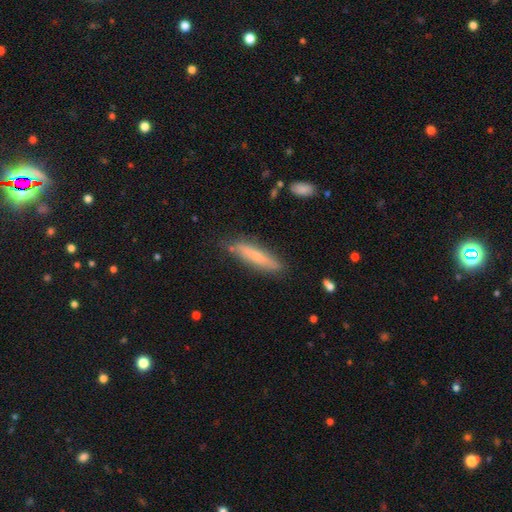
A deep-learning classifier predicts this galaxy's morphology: Smooth or featured? smooth (67%)
How rounded? cigar-shaped (86%)
Merging? none (79%)